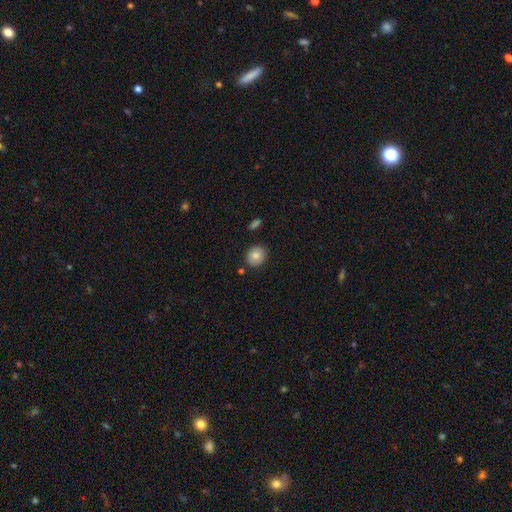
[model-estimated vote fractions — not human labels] smooth-or-featured: smooth: 83% | star or artifact: 8% | featured or disk: 8%
  how-rounded: round: 70% | in between: 29% | cigar-shaped: 1%
  merging: none: 85% | minor disturbance: 10% | merger: 3% | major disturbance: 2%